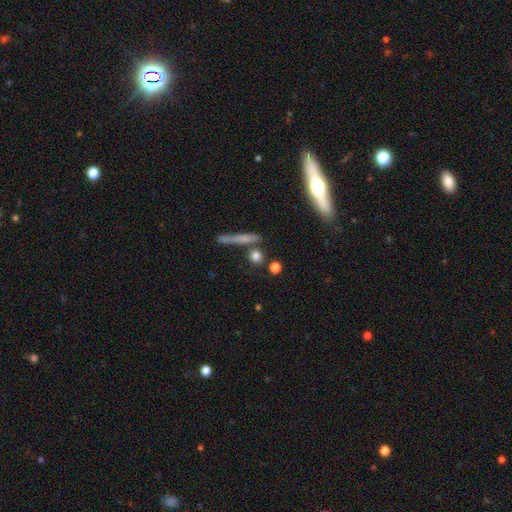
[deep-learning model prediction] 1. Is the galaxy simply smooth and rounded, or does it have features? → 78% smooth, 12% featured or disk, 10% star or artifact.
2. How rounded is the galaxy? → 69% round, 19% cigar-shaped, 12% in between.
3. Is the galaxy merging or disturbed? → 75% none, 12% merger, 9% minor disturbance, 4% major disturbance.